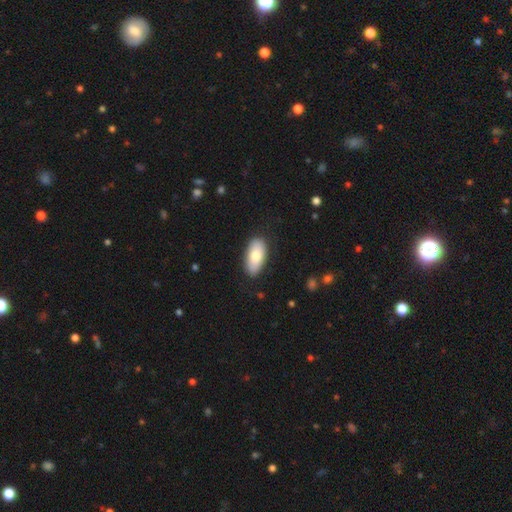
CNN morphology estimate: type=smooth (78%); roundness=in between (92%); merging=none (86%).